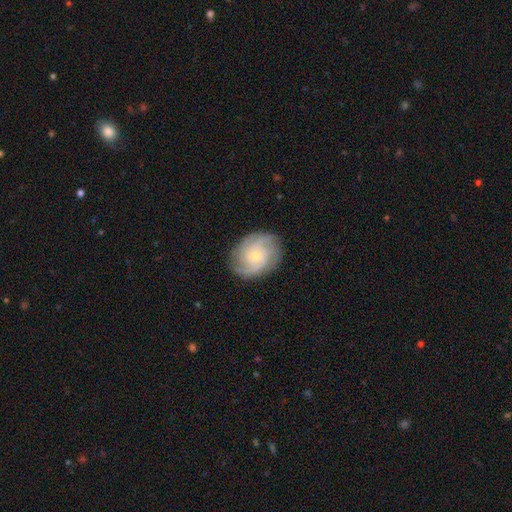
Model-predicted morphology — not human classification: Smooth or featured? Predicted: featured or disk (p=0.81). Edge-on disk? Predicted: no (p=0.97). Bar? Predicted: no (p=0.74). Spiral arms? Predicted: yes (p=0.96). Spiral winding? Predicted: tight (p=0.59). Spiral arm count? Predicted: 3 (p=0.32). Bulge size? Predicted: small (p=0.69). Merging? Predicted: none (p=0.82).